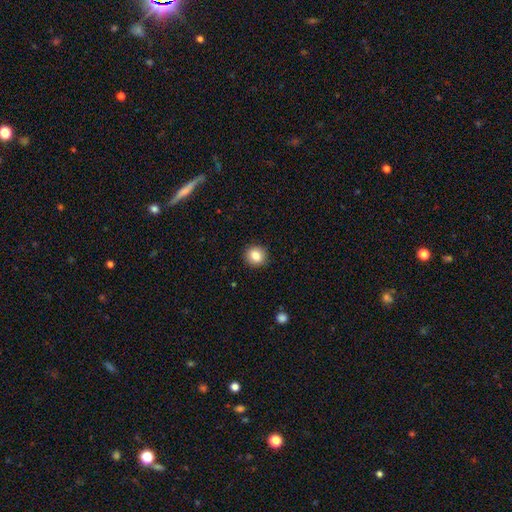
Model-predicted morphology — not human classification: Smooth or featured: smooth — 84% (star or artifact — 9%)
How rounded: round — 87% (in between — 12%)
Merging: none — 92% (minor disturbance — 6%)